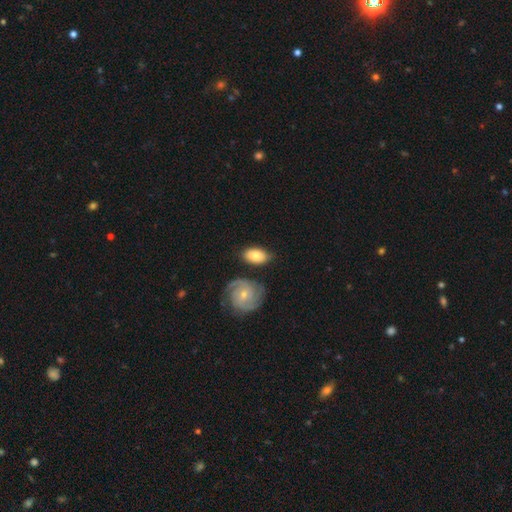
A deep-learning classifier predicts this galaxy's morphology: This is likely a smooth galaxy (67%). How rounded: clearly in between (89%). Merging: likely none (69%).